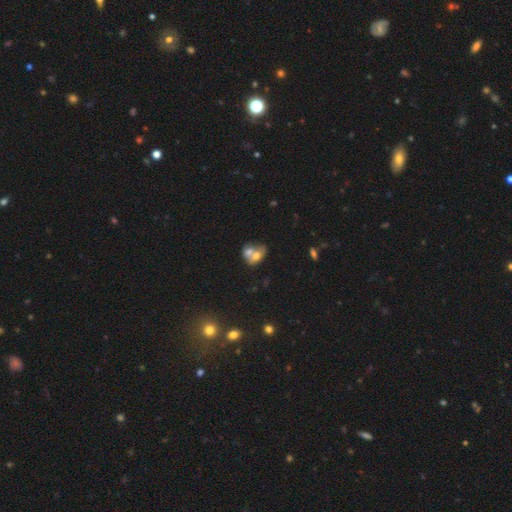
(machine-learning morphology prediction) Smooth or featured? Predicted: smooth (p=0.59). How rounded? Predicted: in between (p=0.59). Merging? Predicted: merger (p=0.72).